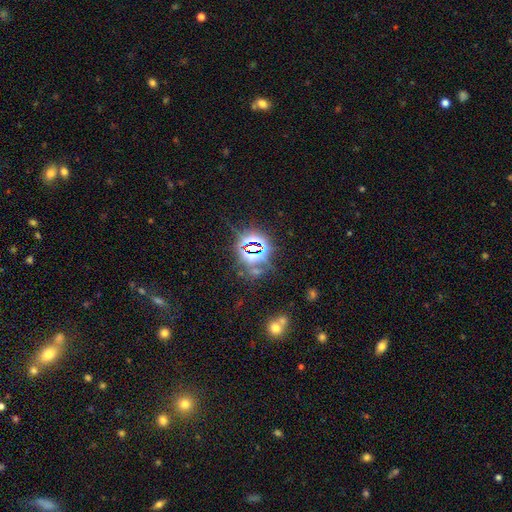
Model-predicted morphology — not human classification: Smooth or featured? star or artifact (79%)